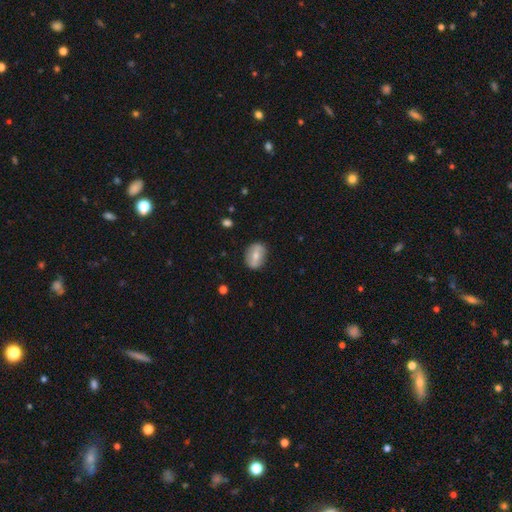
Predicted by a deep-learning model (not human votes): smooth_or_featured: smooth (p=0.53) [alt: featured or disk p=0.40]
how_rounded: in between (p=0.70) [alt: round p=0.28]
merging: none (p=0.81) [alt: minor disturbance p=0.14]